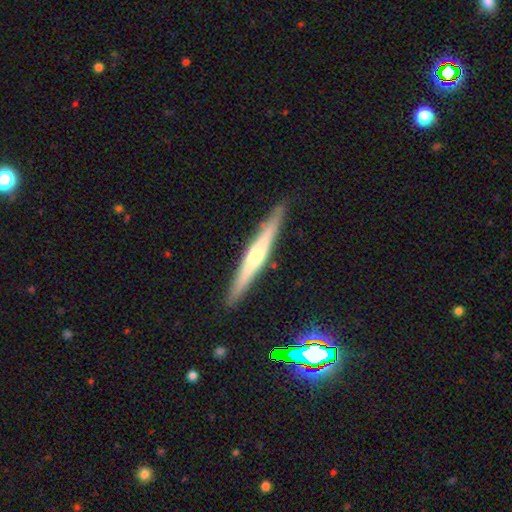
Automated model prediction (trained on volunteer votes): This is likely a featured or disk galaxy (63%). It is clearly viewed edge-on (96%). Edge-on bulge: likely rounded (73%). Merging: clearly none (90%).